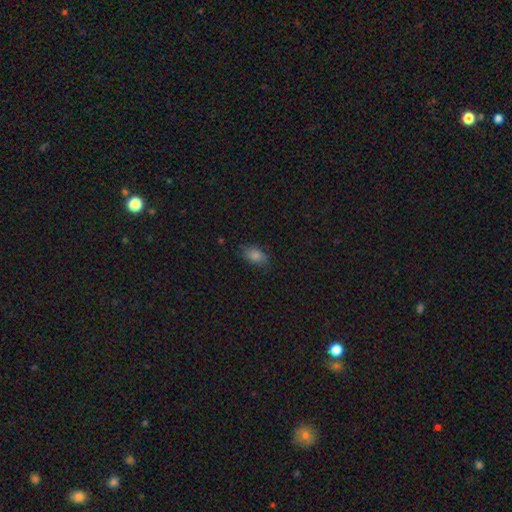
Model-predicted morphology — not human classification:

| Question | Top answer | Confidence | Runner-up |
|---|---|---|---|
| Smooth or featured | smooth | 80% | star or artifact (11%) |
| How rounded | in between | 88% | round (9%) |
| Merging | none | 78% | minor disturbance (18%) |